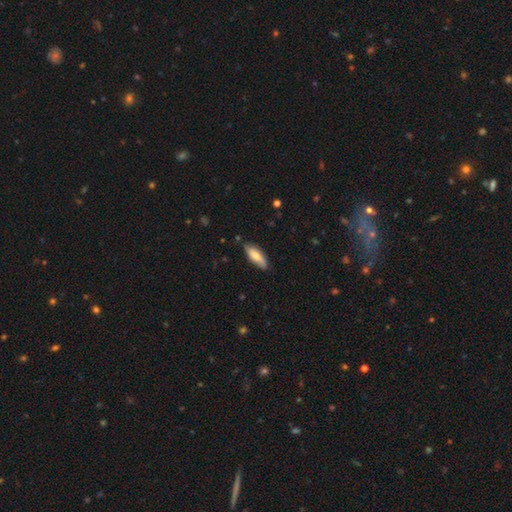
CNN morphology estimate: Overall: smooth (72%). How rounded: in between (64%; cigar-shaped 34%). Merging: none (79%).